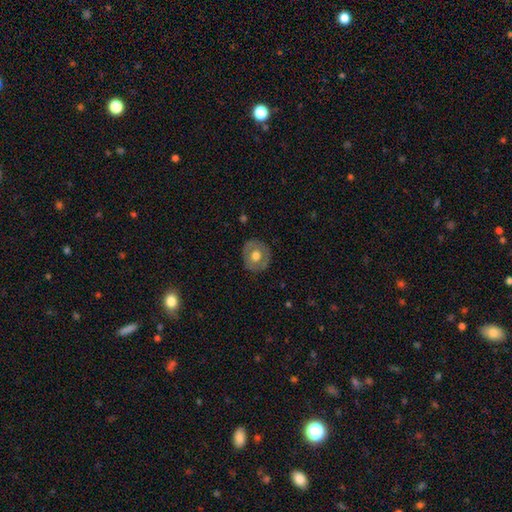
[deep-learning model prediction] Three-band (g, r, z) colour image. It shows a smooth galaxy with no disk features (56%) that is round (76%). Merging: none (85%).